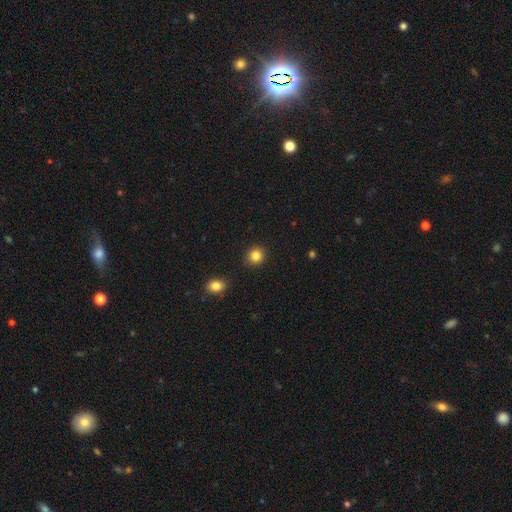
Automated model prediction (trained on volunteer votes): This is clearly a smooth galaxy (85%). How rounded: clearly round (84%). Merging: clearly none (89%).